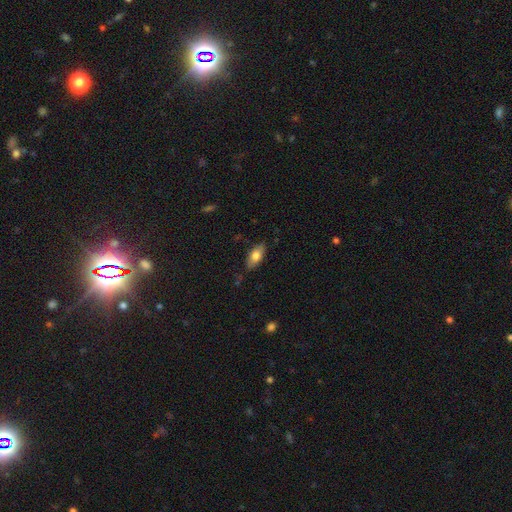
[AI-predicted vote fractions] Q: Smooth or featured?
A: smooth (75%); runner-up: featured or disk (18%)
Q: How rounded?
A: in between (86%); runner-up: cigar-shaped (11%)
Q: Merging?
A: none (80%); runner-up: minor disturbance (16%)